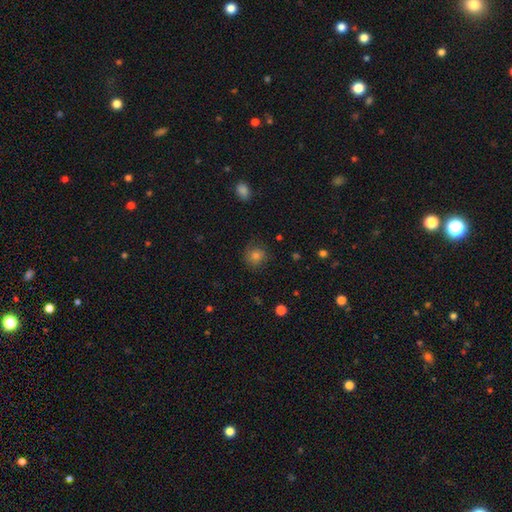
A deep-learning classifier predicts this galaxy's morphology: type=smooth (62%); roundness=round (85%); merging=none (75%).